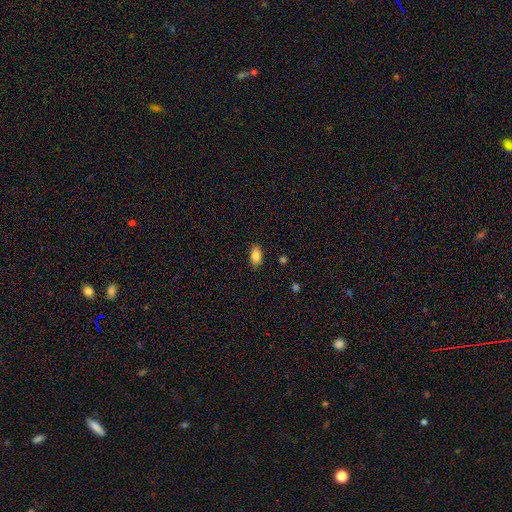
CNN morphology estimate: smooth-or-featured: smooth: 84% | star or artifact: 8% | featured or disk: 8%
  how-rounded: in between: 91% | round: 5% | cigar-shaped: 5%
  merging: none: 86% | minor disturbance: 11% | major disturbance: 2% | merger: 1%